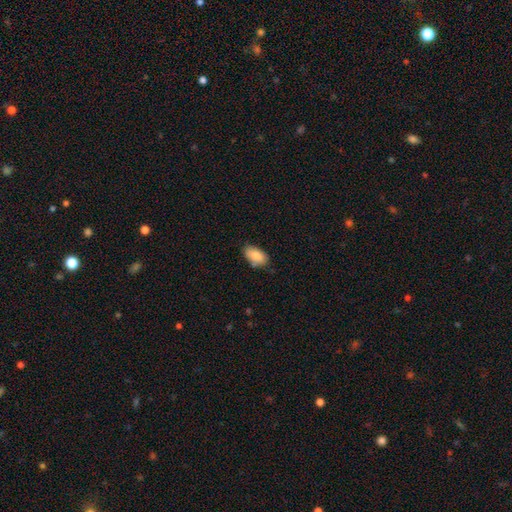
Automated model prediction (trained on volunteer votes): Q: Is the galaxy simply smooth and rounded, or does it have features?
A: smooth — 86%.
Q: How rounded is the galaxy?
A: in between — 93%.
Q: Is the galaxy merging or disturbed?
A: none — 74%.